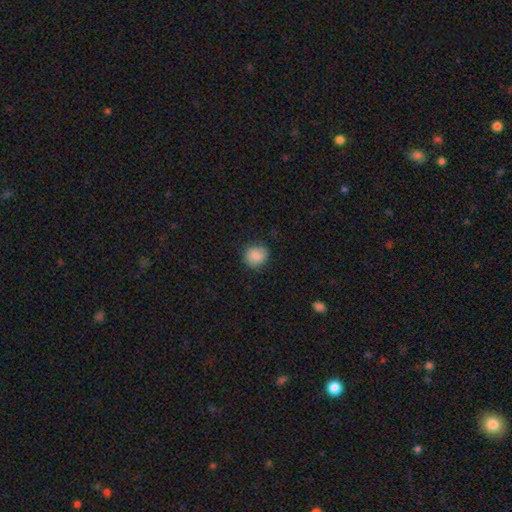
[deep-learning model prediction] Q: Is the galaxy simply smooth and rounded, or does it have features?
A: smooth — 87%.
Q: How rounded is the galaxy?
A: round — 86%.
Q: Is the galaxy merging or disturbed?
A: none — 83%.